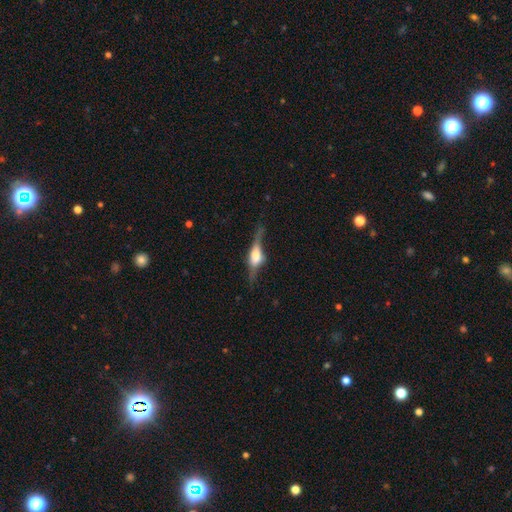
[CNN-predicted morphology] This is likely a featured or disk galaxy (71%). It is clearly viewed edge-on (90%). Edge-on bulge: likely rounded (79%). Merging: likely none (62%).